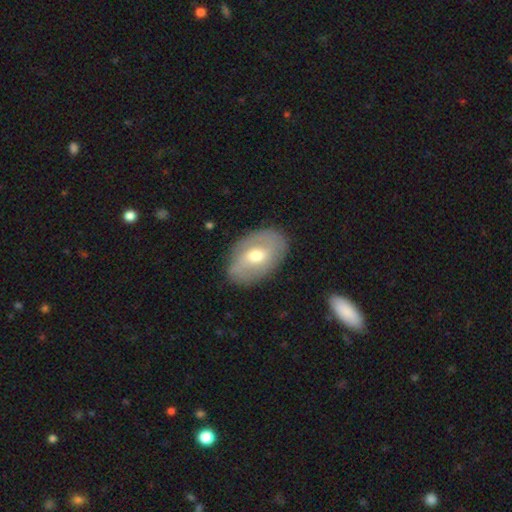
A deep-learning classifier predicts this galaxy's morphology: This appears to be a featured or disk galaxy (52%). Merging: none (80%).